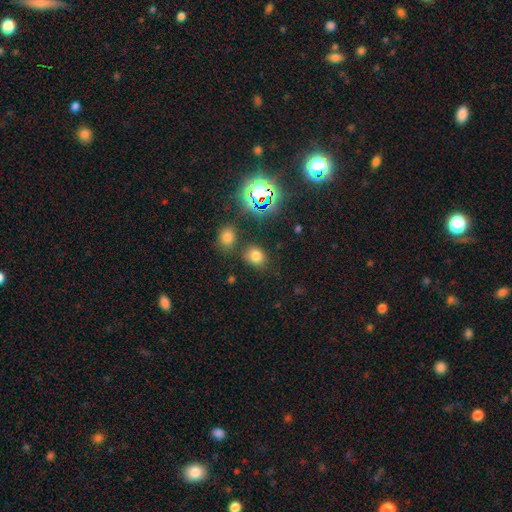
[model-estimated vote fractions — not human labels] Smooth or featured? smooth (69%)
How rounded? round (55%)
Merging? none (74%)